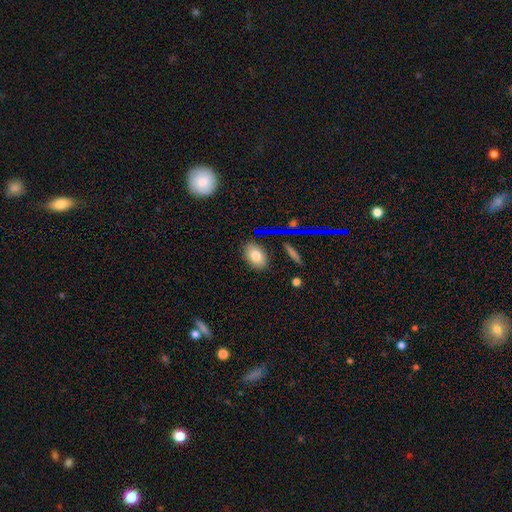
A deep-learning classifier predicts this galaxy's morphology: smooth 78%, star or artifact 11%, featured or disk 11%. Down the decision tree: how rounded — in between (82%); merging — none (83%).